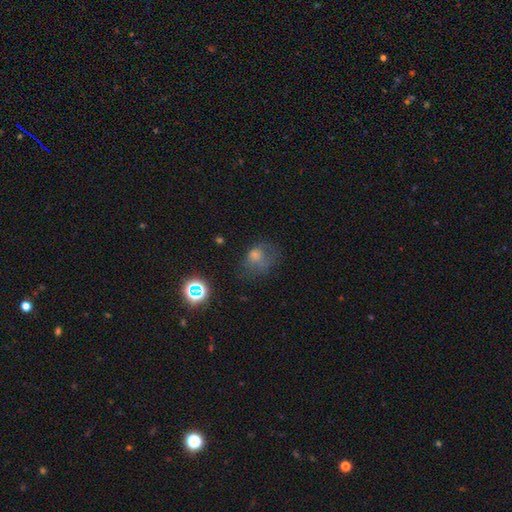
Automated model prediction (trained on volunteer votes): Morphology: type=smooth (54%); roundness=round (52%); merging=none (43%).